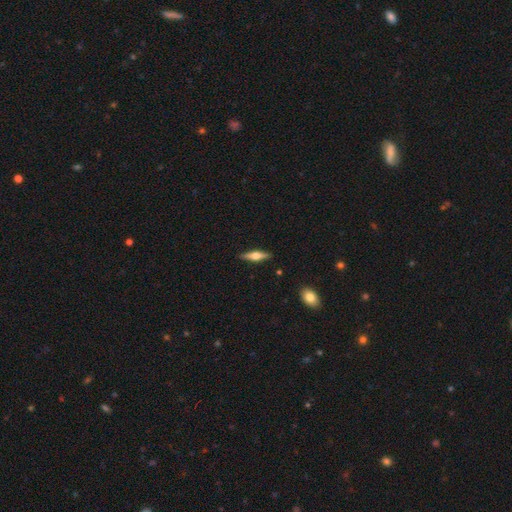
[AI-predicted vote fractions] The model was most divided on "smooth or featured": featured or disk: 58%, smooth: 37%, star or artifact: 6%. More confident: edge-on disk — yes (96%); edge-on bulge — rounded (91%); merging — none (90%).